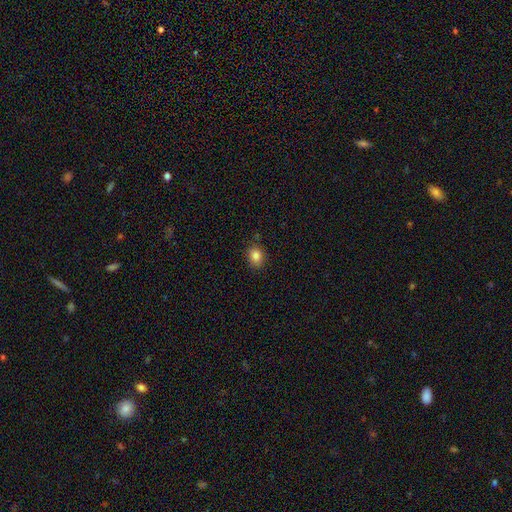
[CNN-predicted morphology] A smooth galaxy with no disk features (84%) that is in between round and cigar-shaped (50%).

Vote fractions:
- Smooth or featured? smooth: 84% / star or artifact: 10% / featured or disk: 6%
- How rounded? in between: 50% / round: 49% / cigar-shaped: 1%
- Merging? none: 84% / minor disturbance: 12% / major disturbance: 2% / merger: 2%